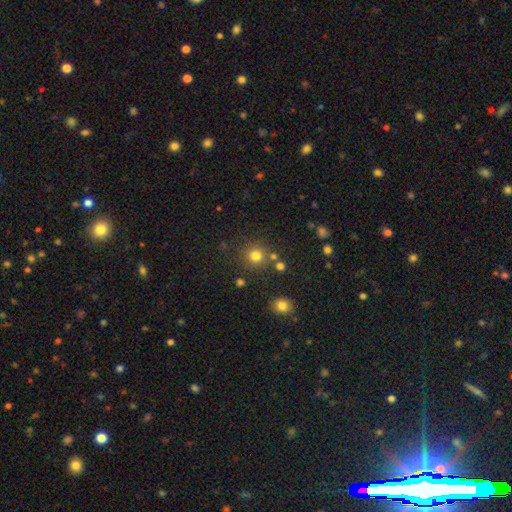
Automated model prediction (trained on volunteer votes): A smooth galaxy with no disk features (79%) that is round (93%). Merging: none (81%).